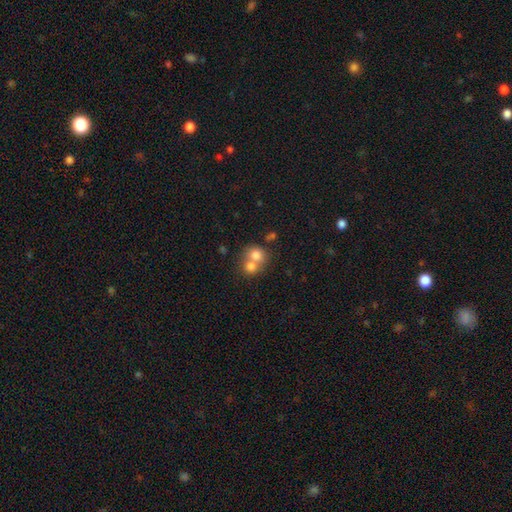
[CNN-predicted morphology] type=smooth (74%); roundness=round (77%); merging=merger (63%).